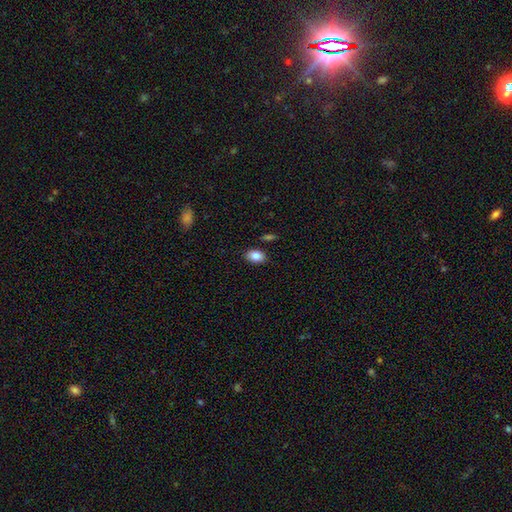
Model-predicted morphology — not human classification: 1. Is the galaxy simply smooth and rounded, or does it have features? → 85% smooth, 8% star or artifact, 7% featured or disk.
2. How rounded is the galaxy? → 85% in between, 14% round, 1% cigar-shaped.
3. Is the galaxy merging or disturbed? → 86% none, 9% minor disturbance, 3% merger, 2% major disturbance.